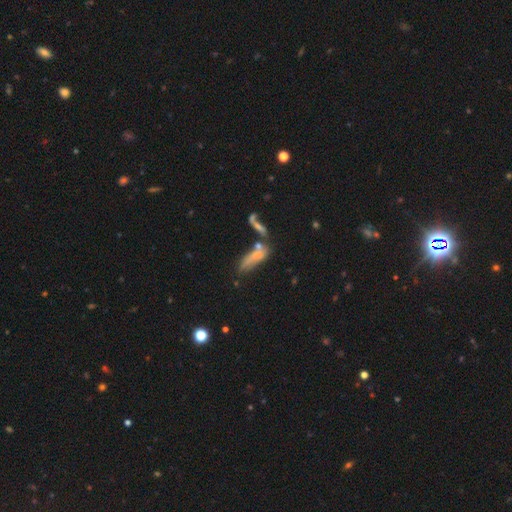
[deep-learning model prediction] Smooth or featured? smooth (61%)
How rounded? cigar-shaped (51%)
Merging? merger (36%)